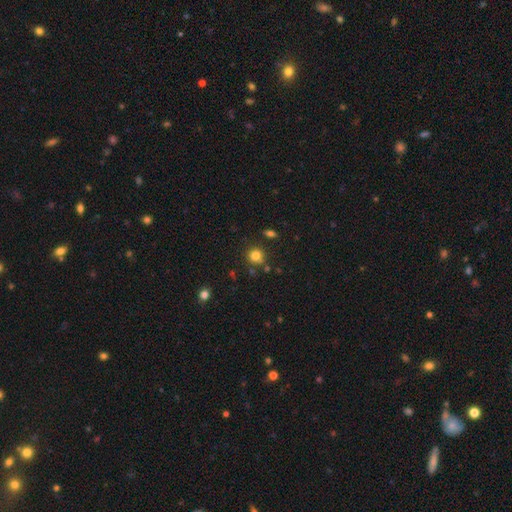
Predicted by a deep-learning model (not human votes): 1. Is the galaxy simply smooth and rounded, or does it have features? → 80% smooth, 14% star or artifact, 6% featured or disk.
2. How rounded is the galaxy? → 88% round, 11% in between, 1% cigar-shaped.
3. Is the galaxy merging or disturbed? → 79% none, 10% minor disturbance, 8% merger, 3% major disturbance.